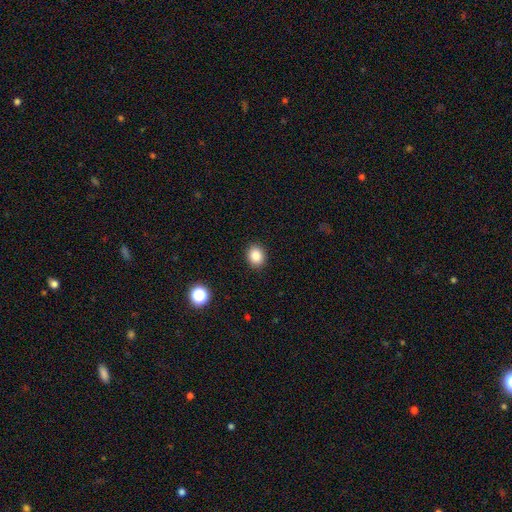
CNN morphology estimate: Overall: smooth (86%). How rounded: round (67%; in between 32%). Merging: none (90%).